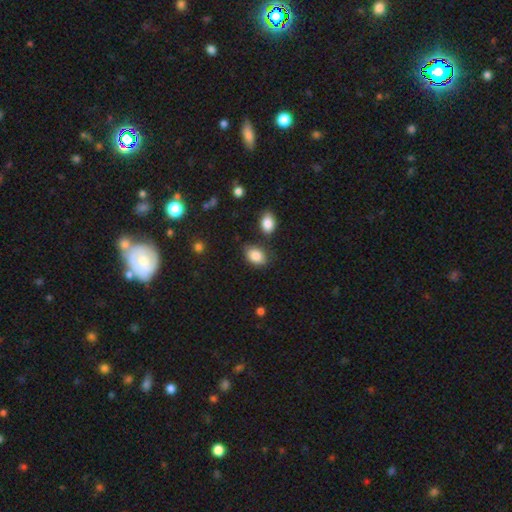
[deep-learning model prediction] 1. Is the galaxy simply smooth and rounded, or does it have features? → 85% smooth, 8% star or artifact, 7% featured or disk.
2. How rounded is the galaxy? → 83% in between, 15% round, 1% cigar-shaped.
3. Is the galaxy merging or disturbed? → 72% none, 17% minor disturbance, 7% merger, 4% major disturbance.